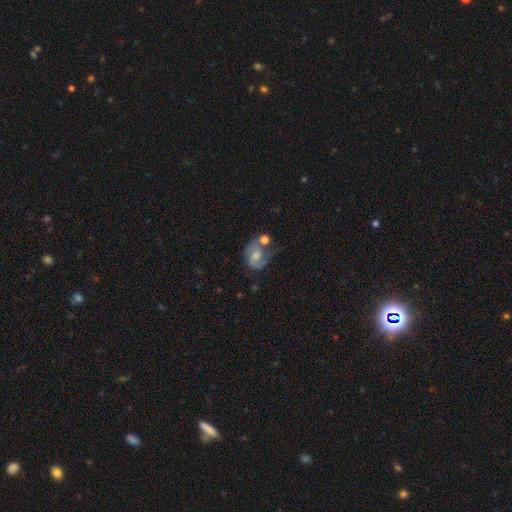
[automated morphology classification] Overall: featured or disk (67%). Edge-on disk: no (98%). Bar: no (51%; weak 41%). Spiral arms: yes (89%). Spiral arm count: 2 (72%). Spiral winding: medium (50%; loose 25%). Bulge size: moderate (48%; small 28%). Merging: none (40%; merger 23%).